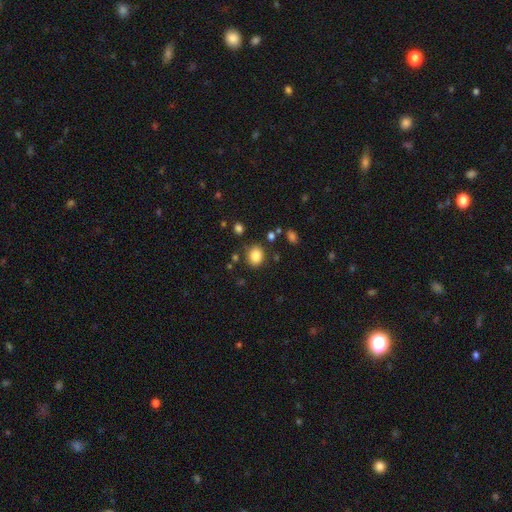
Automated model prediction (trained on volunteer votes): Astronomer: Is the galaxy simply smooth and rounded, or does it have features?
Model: smooth — 85%.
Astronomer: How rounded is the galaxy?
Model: round — 58% (runner-up: in between, 41%).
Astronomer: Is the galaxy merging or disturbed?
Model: none — 82%.